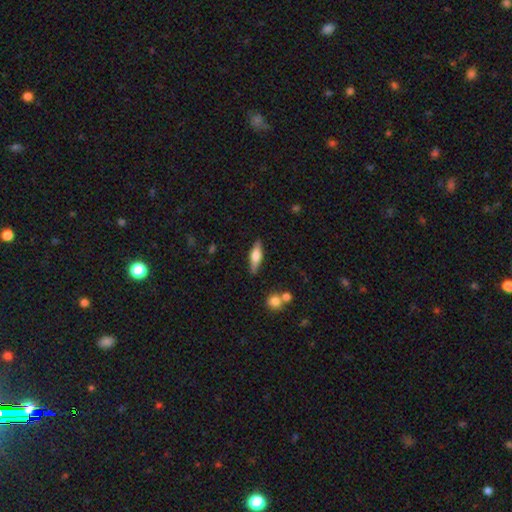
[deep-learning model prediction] Smooth or featured?
  - smooth: 49% *
  - featured or disk: 45%
  - star or artifact: 7%
Merging?
  - none: 85% *
  - minor disturbance: 11%
  - major disturbance: 2%
  - merger: 2%